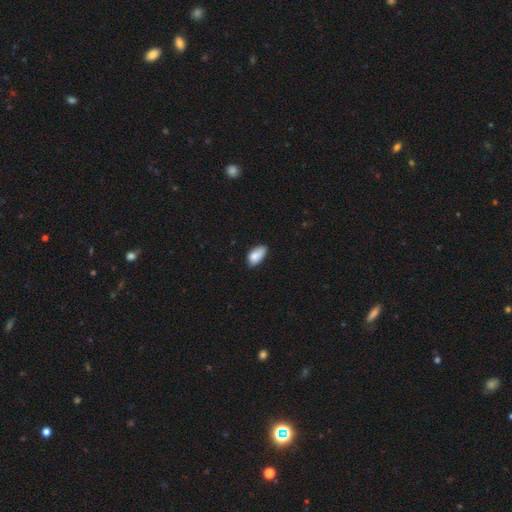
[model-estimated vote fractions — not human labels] Smooth or featured? Predicted: smooth (p=0.85). How rounded? Predicted: in between (p=0.93). Merging? Predicted: none (p=0.65).